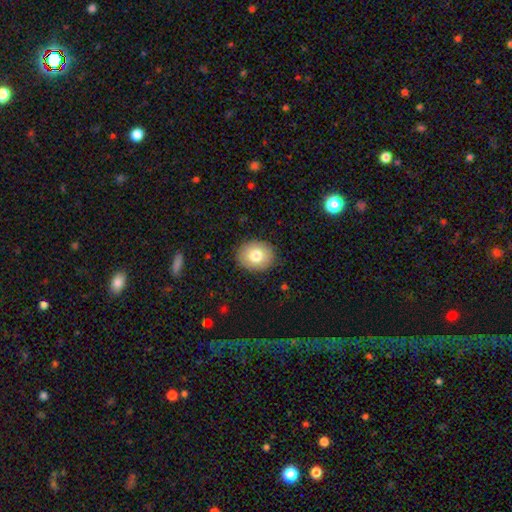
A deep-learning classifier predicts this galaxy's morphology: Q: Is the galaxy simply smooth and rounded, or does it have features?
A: smooth — 80%.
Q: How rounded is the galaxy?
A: round — 60%.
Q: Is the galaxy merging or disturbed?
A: none — 89%.